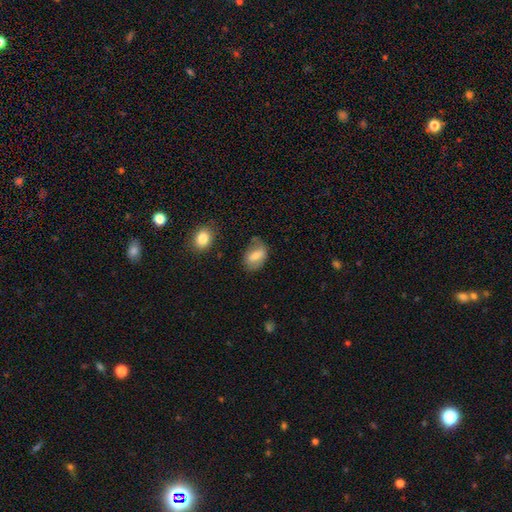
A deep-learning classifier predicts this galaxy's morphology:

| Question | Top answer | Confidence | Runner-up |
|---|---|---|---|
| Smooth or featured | smooth | 71% | featured or disk (21%) |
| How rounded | in between | 82% | round (16%) |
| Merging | none | 62% | minor disturbance (26%) |